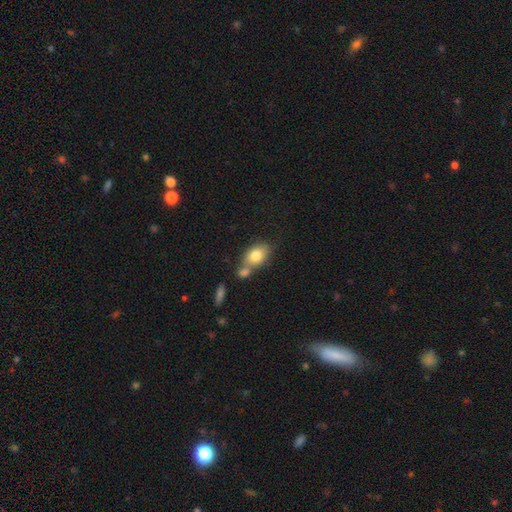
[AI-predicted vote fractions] Overall: smooth (79%). How rounded: in between (80%). Merging: none (42%; merger 40%).